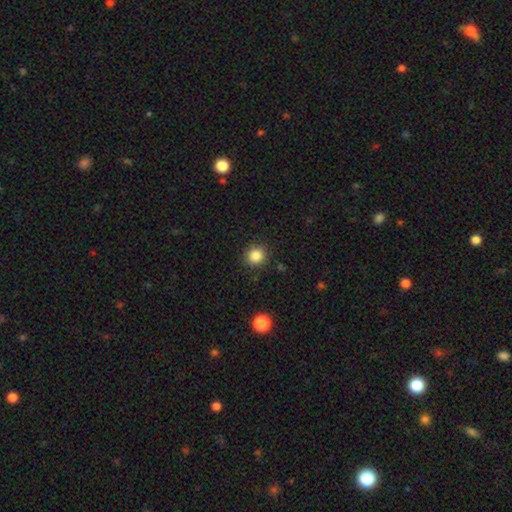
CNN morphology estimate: The model was most divided on "smooth or featured": smooth: 85%, star or artifact: 11%, featured or disk: 4%. More confident: how rounded — round (91%); merging — none (90%).